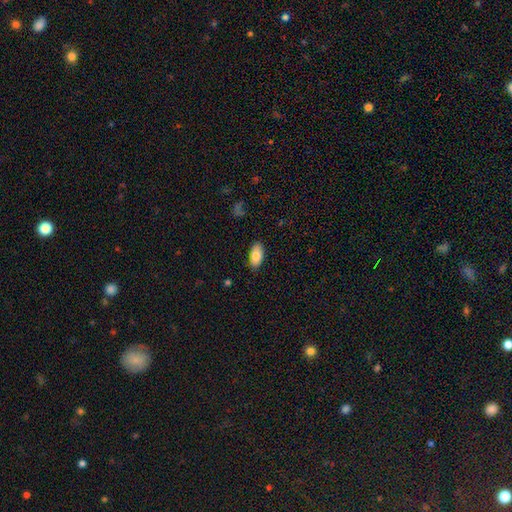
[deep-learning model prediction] A smooth galaxy with no disk features (82%) that is in between round and cigar-shaped (93%).

Vote fractions:
- Smooth or featured? smooth: 82% / featured or disk: 11% / star or artifact: 7%
- How rounded? in between: 93% / cigar-shaped: 5% / round: 2%
- Merging? none: 84% / minor disturbance: 12% / major disturbance: 2% / merger: 1%